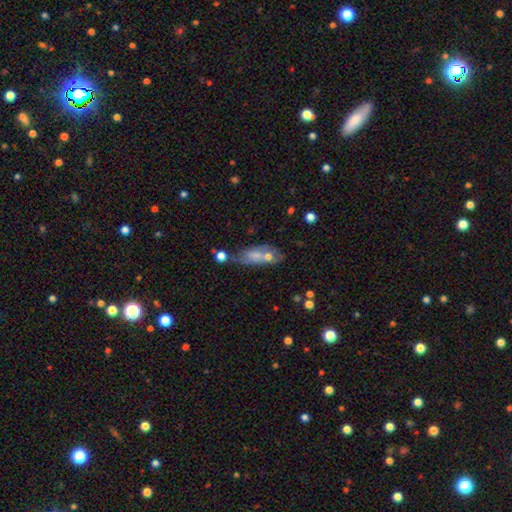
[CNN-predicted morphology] Overall: smooth (50%; featured or disk 39%). Merging: none (44%; merger 24%).